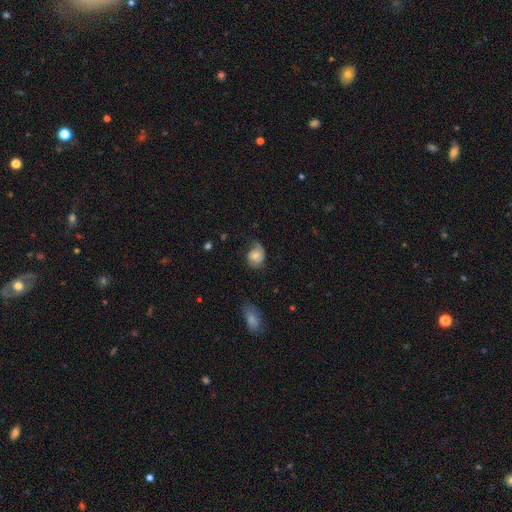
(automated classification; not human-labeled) smooth_or_featured: smooth (p=0.53) [alt: featured or disk p=0.39]
how_rounded: in between (p=0.50) [alt: round p=0.49]
merging: none (p=0.50) [alt: minor disturbance p=0.31]